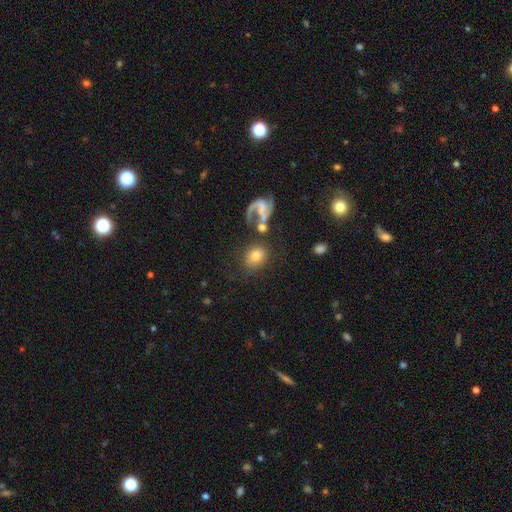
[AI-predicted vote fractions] This is likely a smooth galaxy (66%). How rounded: possibly in between (54%). Merging: possibly none (58%).